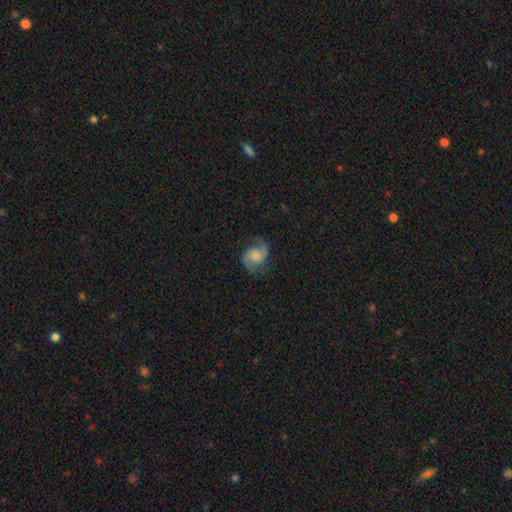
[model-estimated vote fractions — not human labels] smooth_or_featured: featured or disk (p=0.79) [alt: smooth p=0.14]
disk_edge_on: no (p=0.98) [alt: yes p=0.02]
bar: no (p=0.66) [alt: weak p=0.29]
has_spiral_arms: yes (p=0.97) [alt: no p=0.03]
spiral_winding: medium (p=0.48) [alt: loose p=0.37]
spiral_arm_count: 2 (p=0.92) [alt: 1 p=0.03]
bulge_size: none (p=0.34) [alt: large p=0.22]
merging: none (p=0.74) [alt: minor disturbance p=0.16]